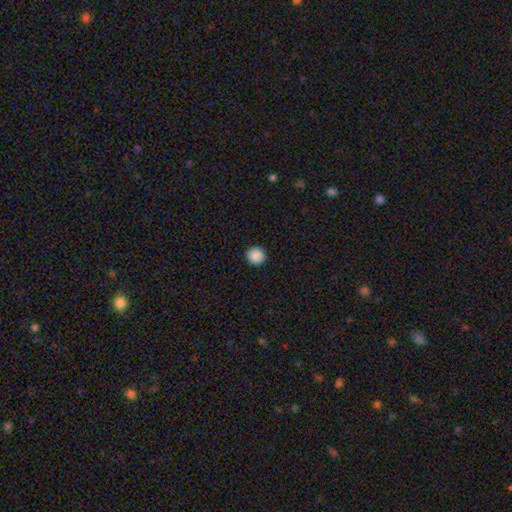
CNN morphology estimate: type=smooth (89%); roundness=round (95%); merging=none (93%).